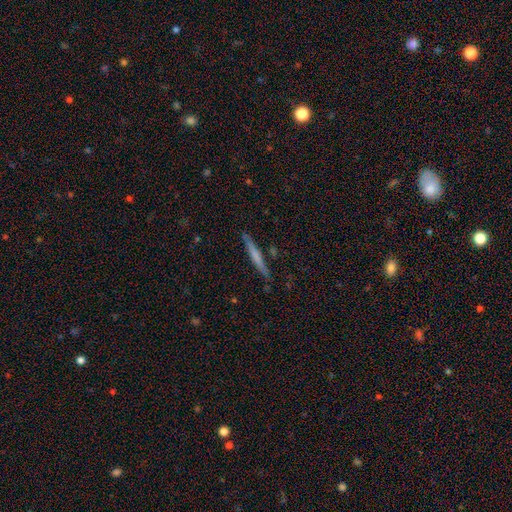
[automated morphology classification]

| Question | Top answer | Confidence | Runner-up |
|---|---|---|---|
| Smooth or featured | smooth | 52% | featured or disk (42%) |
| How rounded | cigar-shaped | 96% | in between (2%) |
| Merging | none | 88% | minor disturbance (9%) |